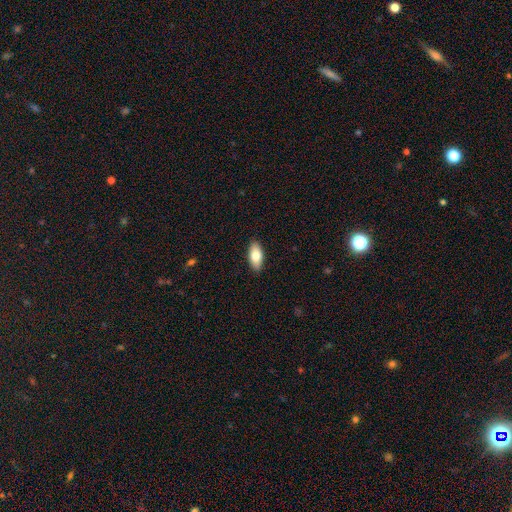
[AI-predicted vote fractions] Overall: smooth (80%). How rounded: in between (89%). Merging: none (89%).